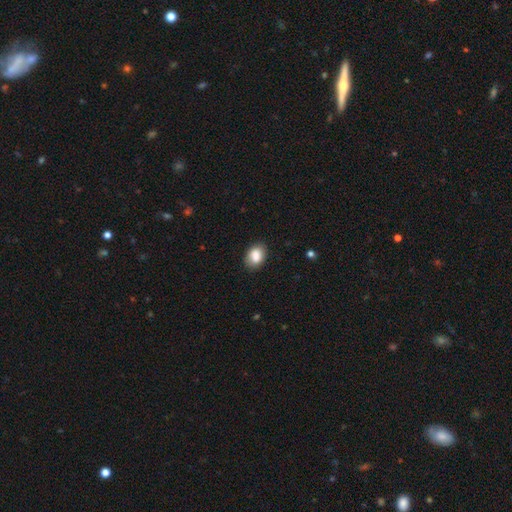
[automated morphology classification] Smooth or featured: smooth — 86% (star or artifact — 8%)
How rounded: in between — 78% (round — 20%)
Merging: none — 82% (minor disturbance — 14%)